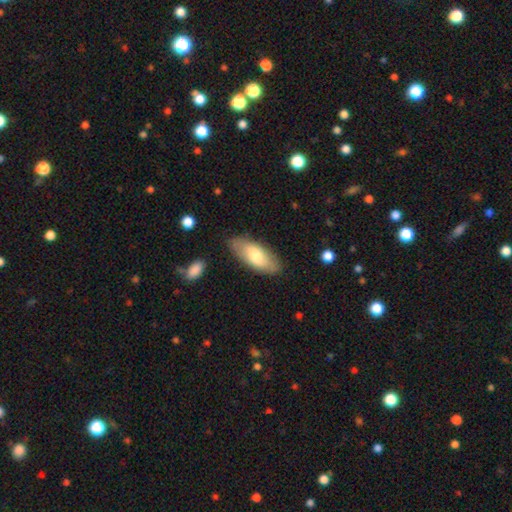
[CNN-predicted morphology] This appears to be a smooth galaxy with no disk features (71%) that is in between round and cigar-shaped (84%). Merging: none (82%).